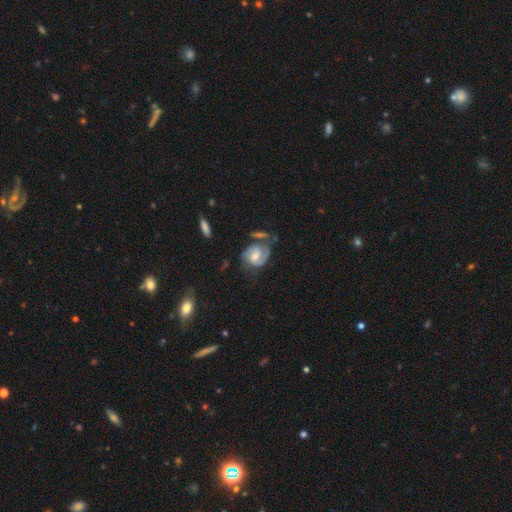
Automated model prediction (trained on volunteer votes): The model was most divided on "bar": weak: 49%, no: 37%, strong: 13%. Remaining: edge-on disk — no (97%); spiral arms — yes (95%); spiral arm count — 2 (84%); smooth or featured — featured or disk (81%); bulge size — moderate (56%); merging — none (54%); spiral winding — medium (49%).